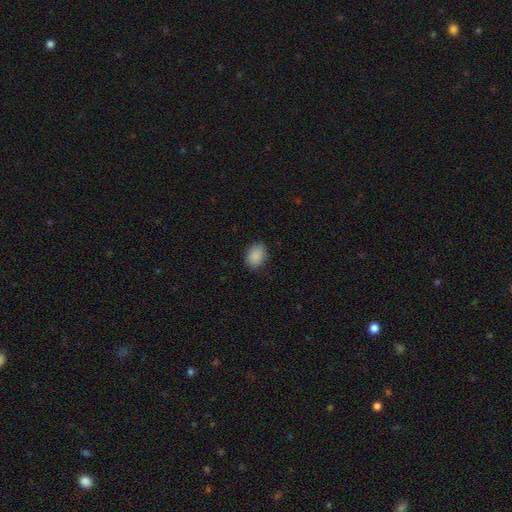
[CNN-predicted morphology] smooth-or-featured: smooth: 89% | star or artifact: 8% | featured or disk: 3%
  how-rounded: in between: 75% | round: 24% | cigar-shaped: 1%
  merging: none: 82% | minor disturbance: 14% | major disturbance: 3% | merger: 1%